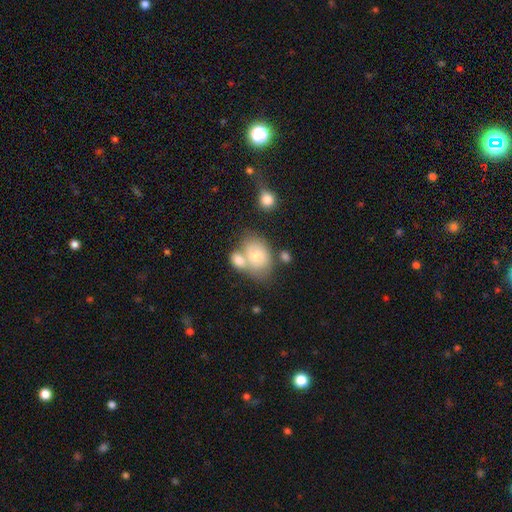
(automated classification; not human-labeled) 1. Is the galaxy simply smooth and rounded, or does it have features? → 67% smooth, 26% featured or disk, 8% star or artifact.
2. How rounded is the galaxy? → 63% in between, 36% round, 1% cigar-shaped.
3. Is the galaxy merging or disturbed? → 46% merger, 34% none, 14% minor disturbance, 6% major disturbance.